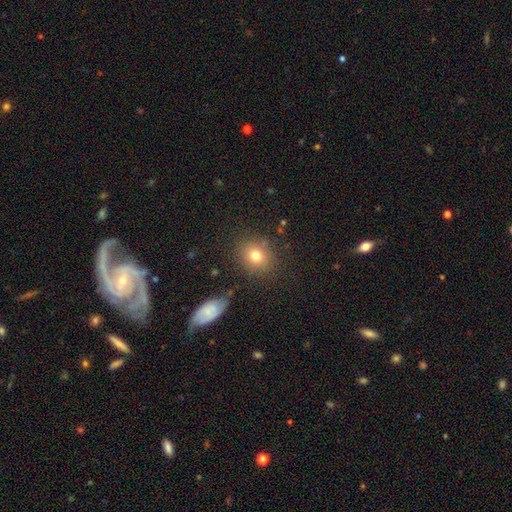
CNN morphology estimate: Smooth or featured? Predicted: smooth (p=0.77). How rounded? Predicted: round (p=0.68). Merging? Predicted: none (p=0.81).